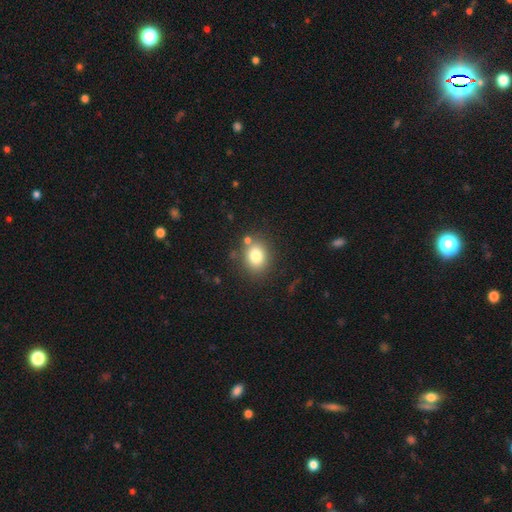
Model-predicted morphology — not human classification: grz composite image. It shows a smooth galaxy with no disk features (79%) that is round (61%). Merging: none (79%).